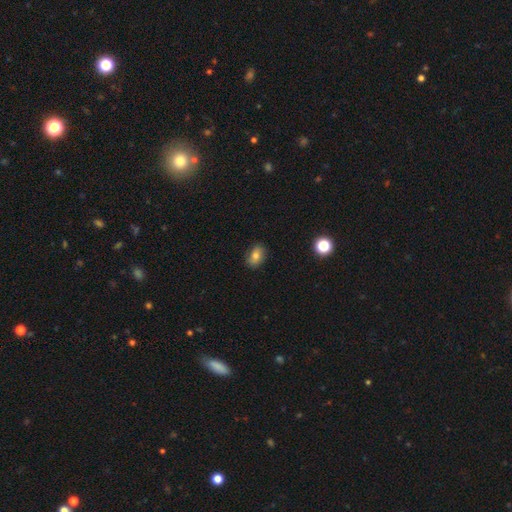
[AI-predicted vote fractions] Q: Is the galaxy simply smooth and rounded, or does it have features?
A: smooth — 76%.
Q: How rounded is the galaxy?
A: in between — 79%.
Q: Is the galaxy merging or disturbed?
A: none — 83%.